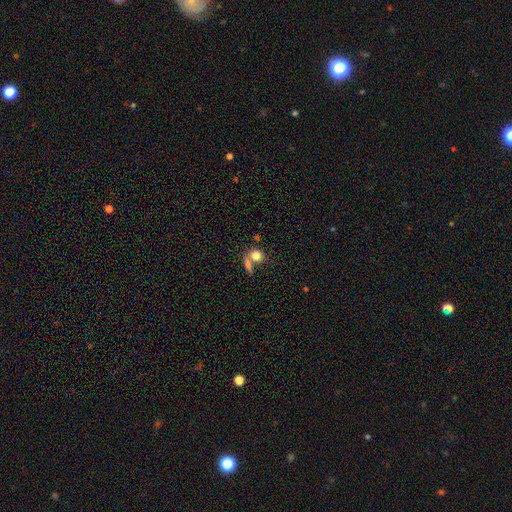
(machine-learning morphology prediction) smooth 79%, star or artifact 11%, featured or disk 10%. Down the decision tree: how rounded — round (65%); merging — none (46%).